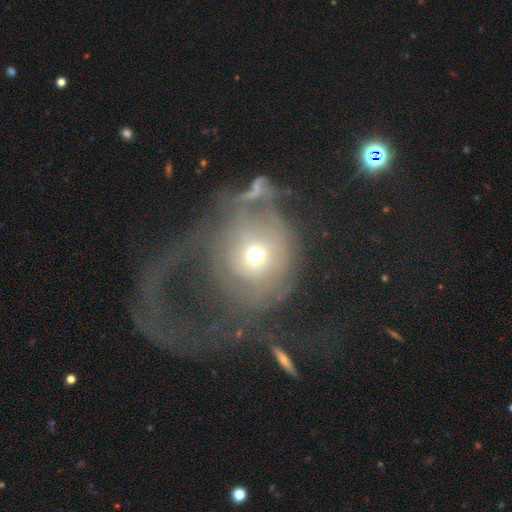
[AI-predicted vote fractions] The model was most divided on "bulge size": moderate: 50%, small: 41%, large: 6%, dominant: 2%, none: 1%. More confident: edge-on disk — no (95%); bar — no (81%); merging — major disturbance (62%); spiral arms — no (56%); smooth or featured — featured or disk (53%).